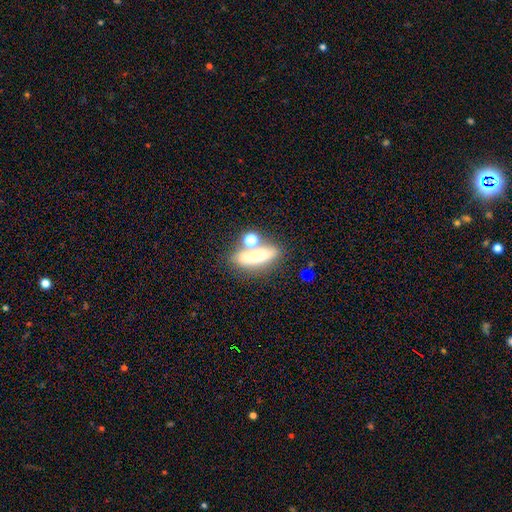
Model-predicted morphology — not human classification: This appears to be a smooth galaxy with no disk features (64%) that is in between round and cigar-shaped (51%). Merging: none (55%).